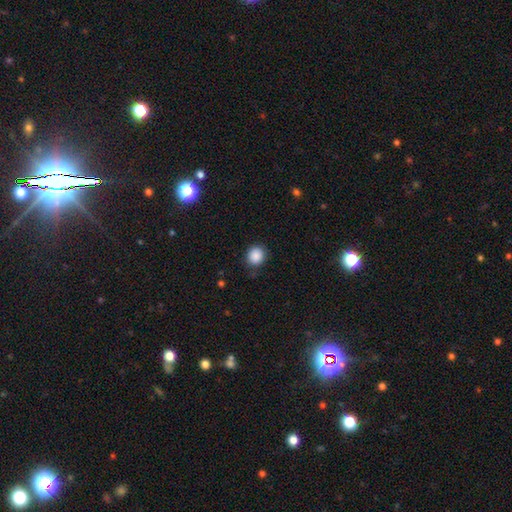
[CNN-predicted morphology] This appears to be a smooth galaxy with no disk features (88%) that is round (83%). Merging: none (84%).